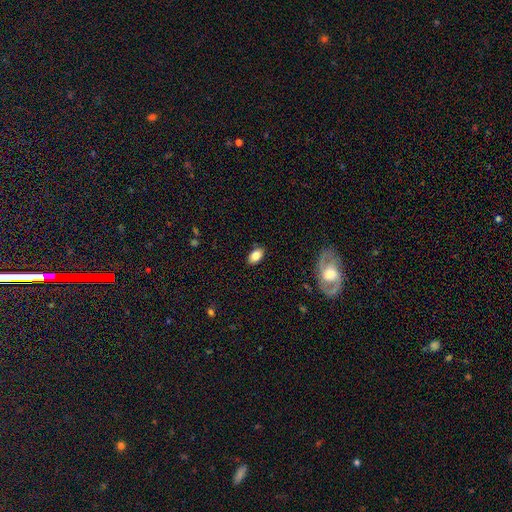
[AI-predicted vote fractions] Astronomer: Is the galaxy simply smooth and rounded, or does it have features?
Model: smooth — 82%.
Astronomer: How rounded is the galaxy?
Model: in between — 91%.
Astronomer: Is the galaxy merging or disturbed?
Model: none — 86%.